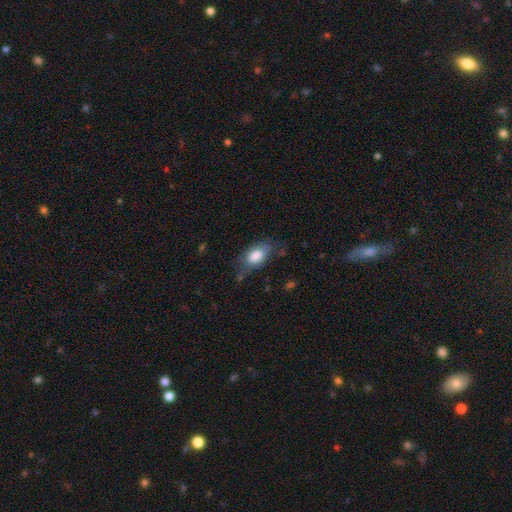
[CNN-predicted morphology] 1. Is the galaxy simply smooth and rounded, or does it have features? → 78% smooth, 15% featured or disk, 7% star or artifact.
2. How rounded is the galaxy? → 88% in between, 7% round, 4% cigar-shaped.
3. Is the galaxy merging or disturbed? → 55% none, 29% minor disturbance, 13% major disturbance, 3% merger.